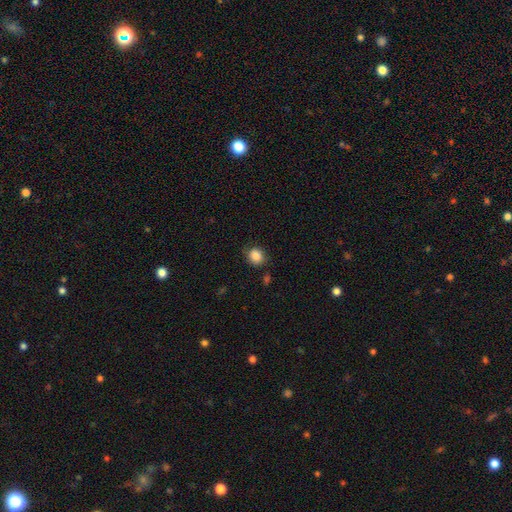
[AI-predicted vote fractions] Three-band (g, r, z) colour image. It shows a smooth galaxy with no disk features (86%) that is round (70%). Merging: none (75%).